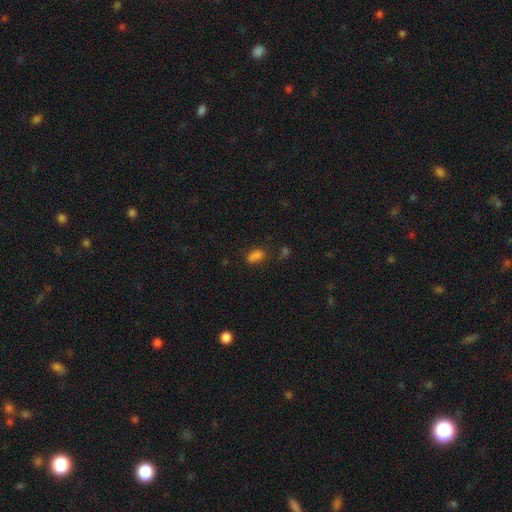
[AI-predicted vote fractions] A smooth galaxy with no disk features (74%) that is in between round and cigar-shaped (81%).

Vote fractions:
- Smooth or featured? smooth: 74% / star or artifact: 18% / featured or disk: 8%
- How rounded? in between: 81% / round: 16% / cigar-shaped: 4%
- Merging? none: 49% / merger: 24% / minor disturbance: 19% / major disturbance: 8%